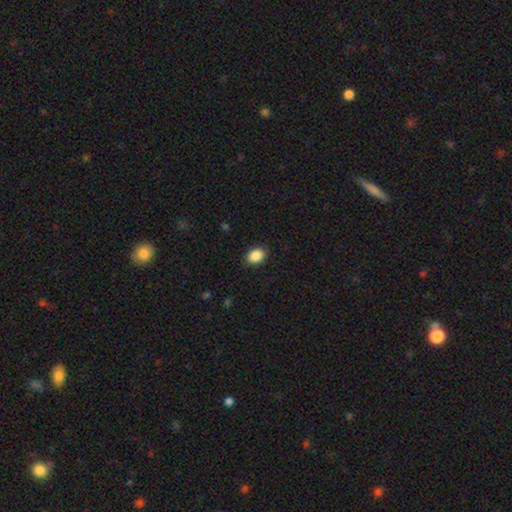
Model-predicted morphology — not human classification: This appears to be a smooth galaxy with no disk features (88%) that is in between round and cigar-shaped (68%). Merging: none (87%).